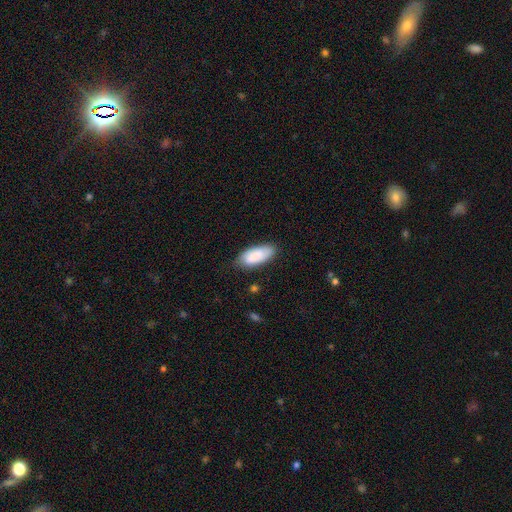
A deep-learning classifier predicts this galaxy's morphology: A smooth galaxy with no disk features (86%) that is in between round and cigar-shaped (84%). Merging: none (78%).